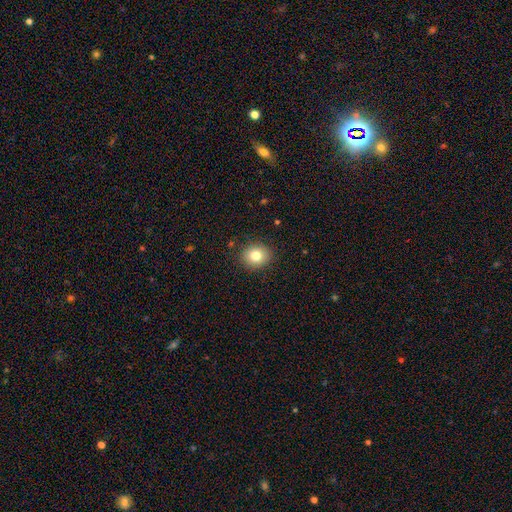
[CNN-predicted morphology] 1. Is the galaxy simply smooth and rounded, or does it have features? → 81% smooth, 11% star or artifact, 9% featured or disk.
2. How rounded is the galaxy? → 70% round, 29% in between, 1% cigar-shaped.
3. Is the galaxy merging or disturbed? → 89% none, 8% minor disturbance, 2% major disturbance, 1% merger.